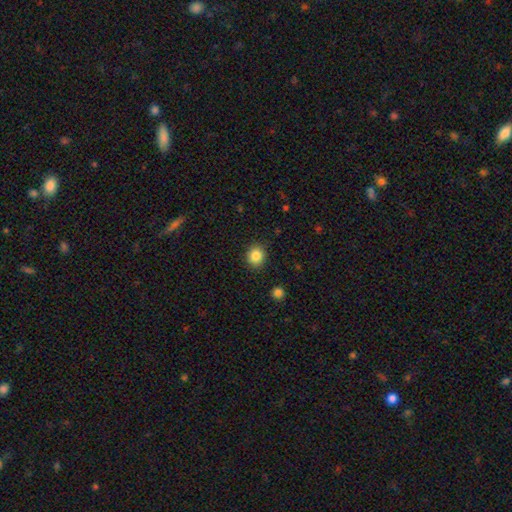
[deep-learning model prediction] A smooth galaxy with no disk features (85%) that is round (77%).

Vote fractions:
- Smooth or featured? smooth: 85% / star or artifact: 10% / featured or disk: 5%
- How rounded? round: 77% / in between: 22% / cigar-shaped: 1%
- Merging? none: 89% / minor disturbance: 8% / major disturbance: 2% / merger: 1%